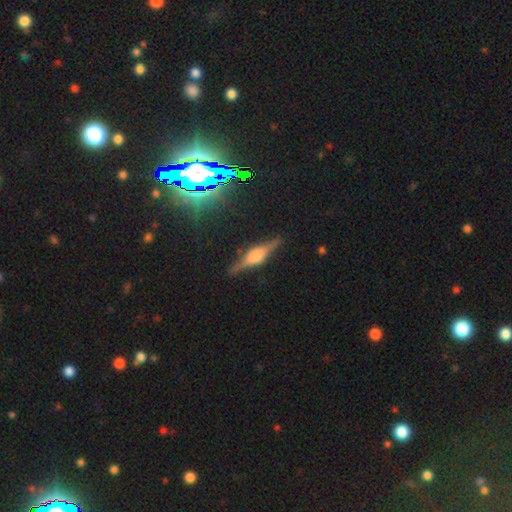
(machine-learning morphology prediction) smooth-or-featured: featured or disk: 80% | smooth: 12% | star or artifact: 8%
  disk-edge-on: yes: 97% | no: 3%
    edge-on-bulge: rounded: 74% | boxy: 24% | none: 3%
  merging: none: 87% | minor disturbance: 9% | major disturbance: 2% | merger: 1%